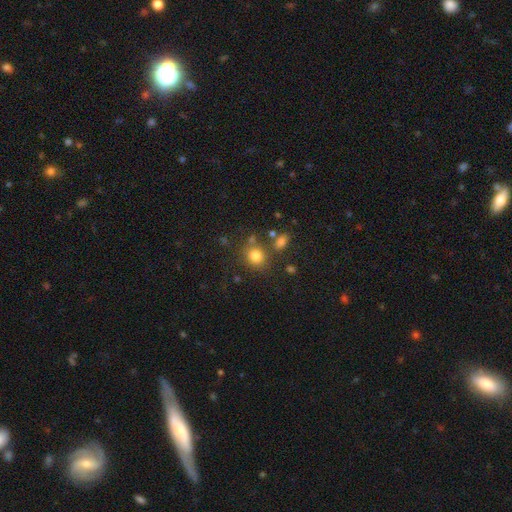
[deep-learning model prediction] smooth-or-featured: smooth: 80% | star or artifact: 13% | featured or disk: 7%
  how-rounded: round: 73% | in between: 26% | cigar-shaped: 1%
  merging: none: 72% | minor disturbance: 13% | merger: 10% | major disturbance: 5%